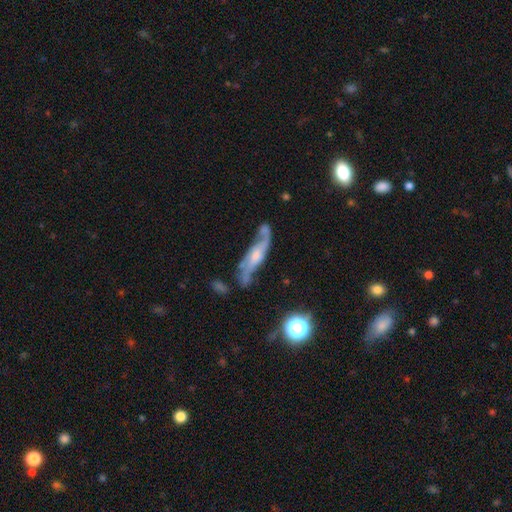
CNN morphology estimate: Overall: featured or disk (76%). Edge-on disk: no (69%; yes 31%). Bar: no (51%; weak 35%). Spiral arms: yes (90%). Bulge size: moderate (41%, tied with small). Merging: none (58%; minor disturbance 22%).